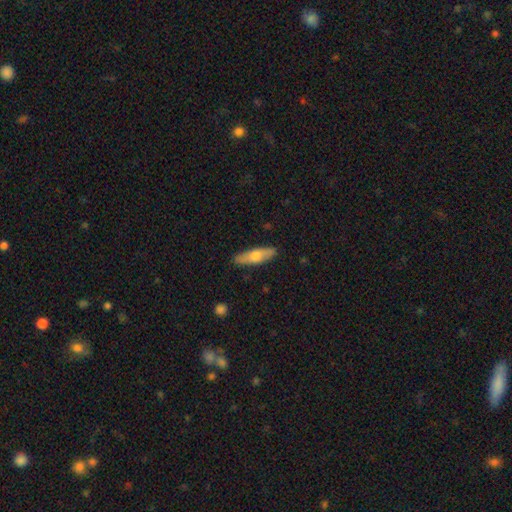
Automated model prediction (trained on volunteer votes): The model was most divided on "how rounded": cigar-shaped: 52%, in between: 46%, round: 2%. More confident: merging — none (88%); smooth or featured — smooth (62%).